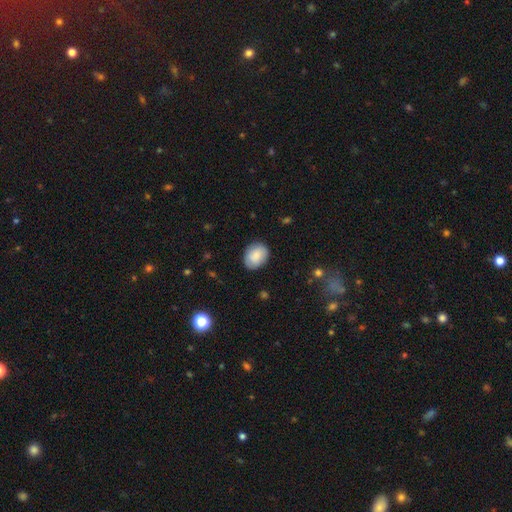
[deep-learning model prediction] Morphology: type=smooth (83%); roundness=in between (70%); merging=none (84%).